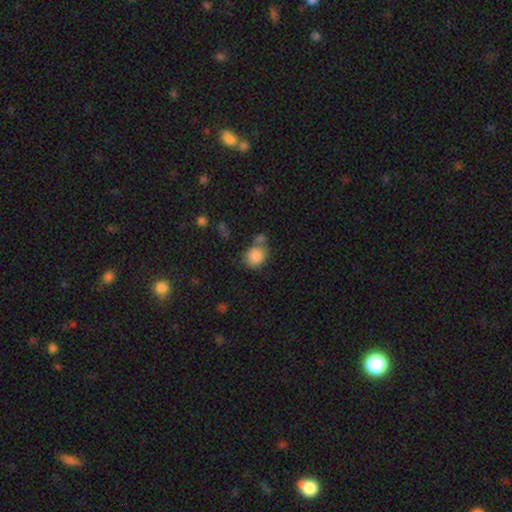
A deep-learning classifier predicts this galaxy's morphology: Smooth or featured: smooth — 86% (star or artifact — 8%)
How rounded: round — 68% (in between — 31%)
Merging: none — 57% (merger — 22%)